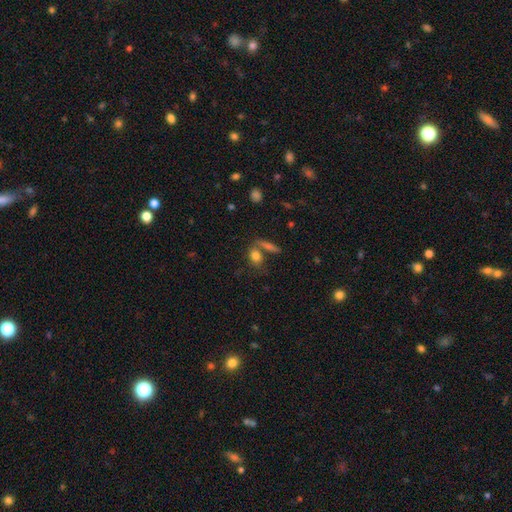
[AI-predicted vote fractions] A smooth galaxy with no disk features (77%) that is in between round and cigar-shaped (67%). Merging: none (51%).